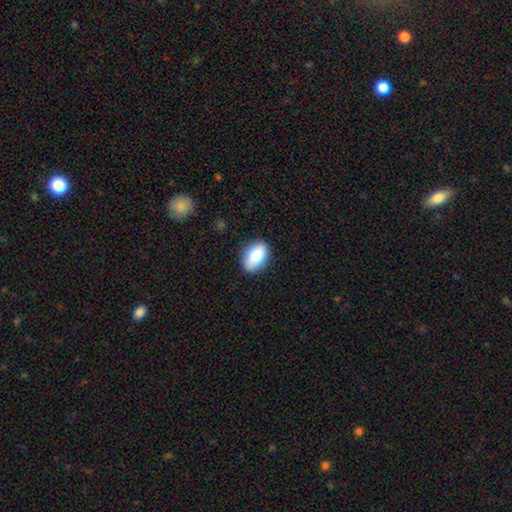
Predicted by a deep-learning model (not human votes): The model was most divided on "smooth or featured": smooth: 79%, featured or disk: 13%, star or artifact: 7%. More confident: merging — none (86%); how rounded — in between (85%).